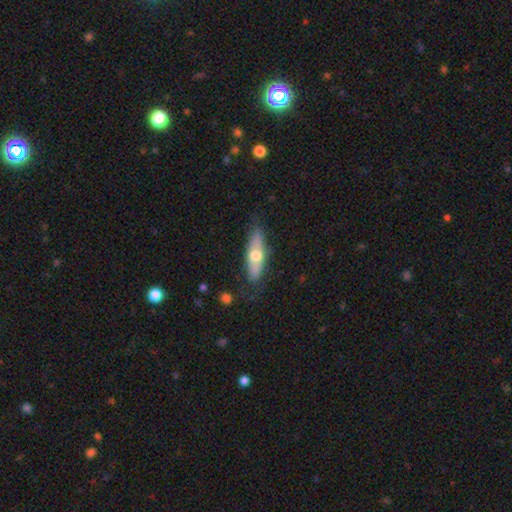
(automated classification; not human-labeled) The model was most divided on "how rounded": in between: 50%, cigar-shaped: 47%, round: 3%. More confident: merging — none (73%); smooth or featured — smooth (51%).